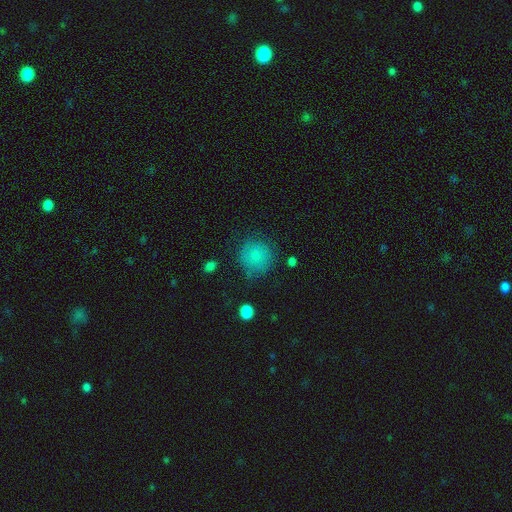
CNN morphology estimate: This appears to be a smooth galaxy with no disk features (78%) that is round (91%). Merging: none (70%).